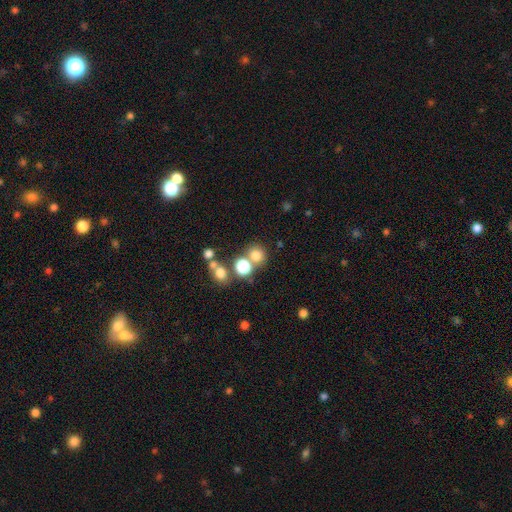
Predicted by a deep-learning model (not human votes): A smooth galaxy with no disk features (74%) that is round (86%). Merging: none (63%).